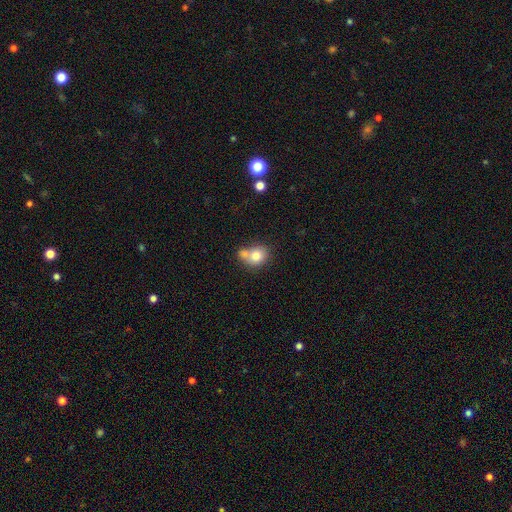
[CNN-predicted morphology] This appears to be a smooth galaxy with no disk features (76%) that is round (65%). Merging: merger (47%).